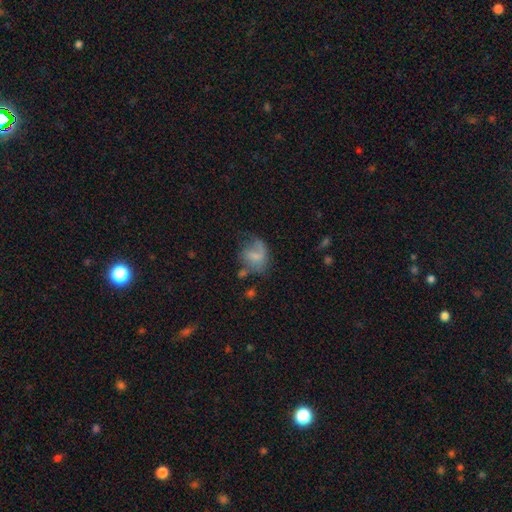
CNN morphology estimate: smooth 51%, featured or disk 39%, star or artifact 10%. Down the decision tree: how rounded — round (50%); merging — none (34%).